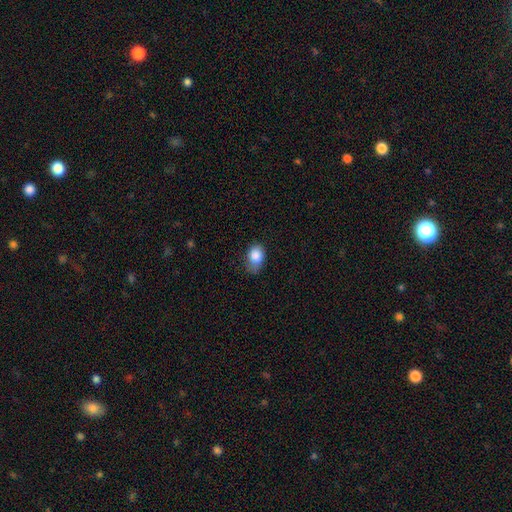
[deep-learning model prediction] Smooth or featured: smooth — 86% (star or artifact — 8%)
How rounded: in between — 78% (round — 21%)
Merging: none — 50% (minor disturbance — 37%)